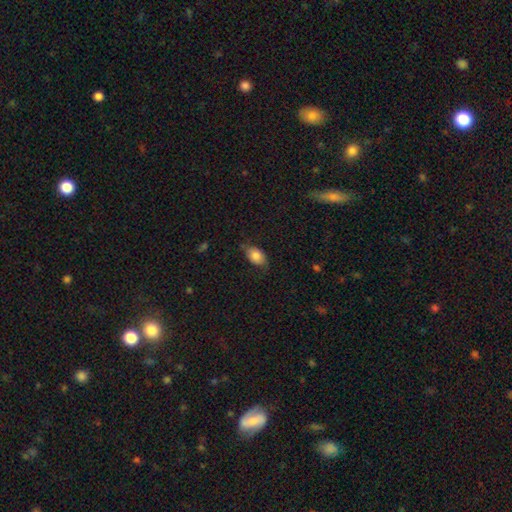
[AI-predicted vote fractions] Overall: smooth (79%). How rounded: in between (86%). Merging: none (63%; minor disturbance 28%).